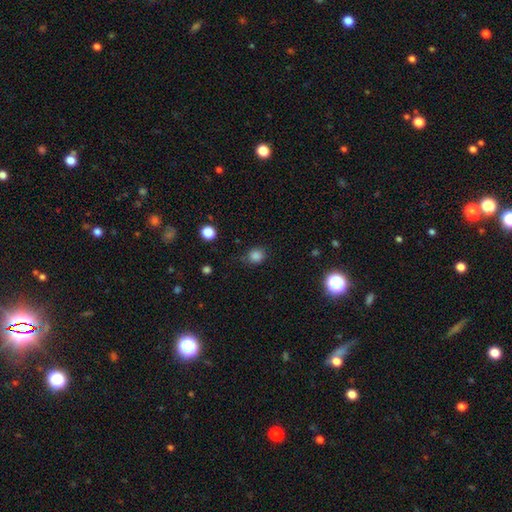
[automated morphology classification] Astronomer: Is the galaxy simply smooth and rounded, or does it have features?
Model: smooth — 84%.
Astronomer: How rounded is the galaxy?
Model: round — 81%.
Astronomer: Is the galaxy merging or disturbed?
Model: none — 75%.